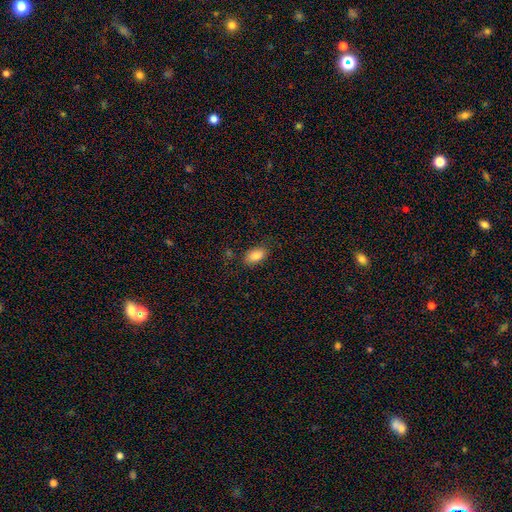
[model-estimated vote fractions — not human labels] The model was most divided on "merging": none: 81%, minor disturbance: 14%, major disturbance: 4%, merger: 2%. More confident: how rounded — in between (92%); smooth or featured — smooth (86%).